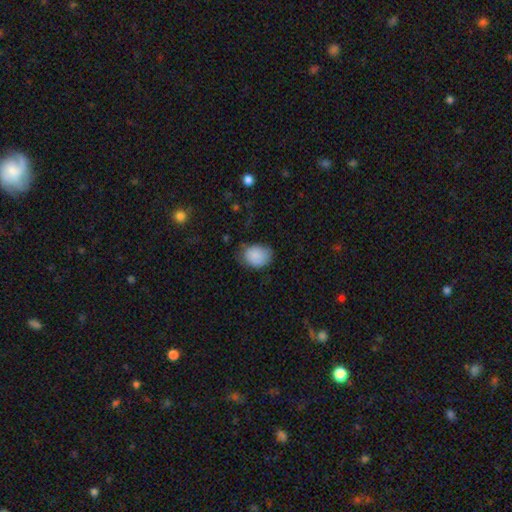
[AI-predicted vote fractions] Morphology: type=smooth (87%); roundness=in between (62%); merging=none (63%).